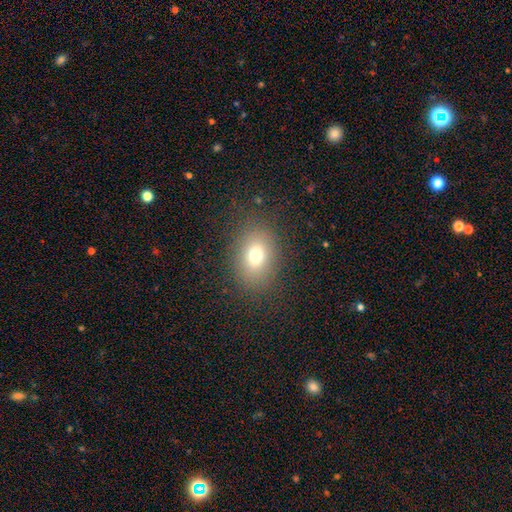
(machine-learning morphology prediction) Smooth or featured? Predicted: smooth (p=0.72). How rounded? Predicted: in between (p=0.64). Merging? Predicted: none (p=0.82).